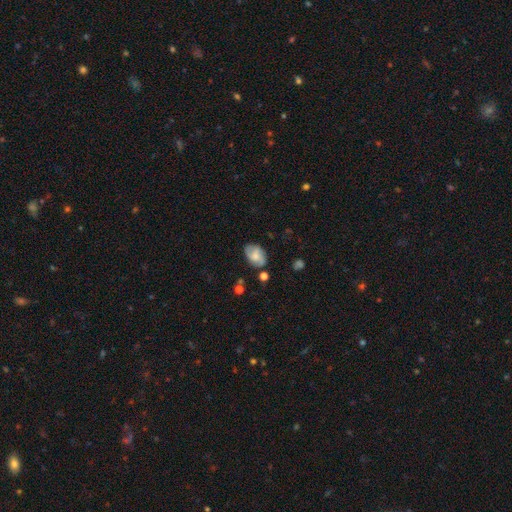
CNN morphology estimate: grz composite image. It shows a smooth galaxy with no disk features (59%) that is in between round and cigar-shaped (84%). Merging: none (68%).